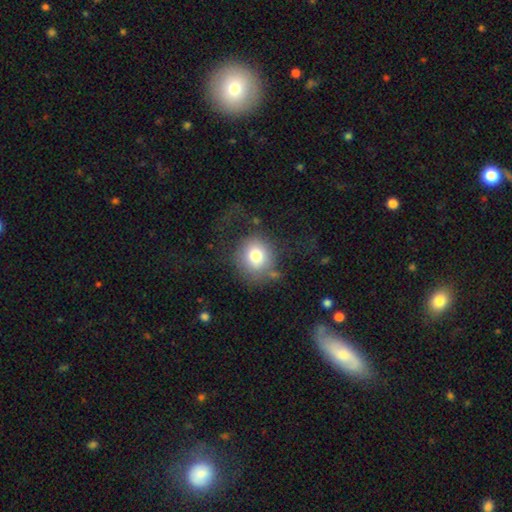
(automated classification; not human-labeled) A smooth galaxy with no disk features (76%) that is round (85%). Merging: none (60%).